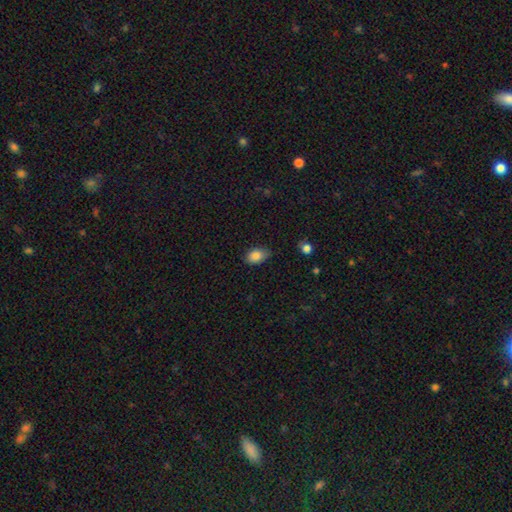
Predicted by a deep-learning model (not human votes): A smooth galaxy with no disk features (85%) that is in between round and cigar-shaped (84%).

Vote fractions:
- Smooth or featured? smooth: 85% / star or artifact: 9% / featured or disk: 7%
- How rounded? in between: 84% / round: 14% / cigar-shaped: 2%
- Merging? none: 72% / minor disturbance: 23% / major disturbance: 4% / merger: 1%